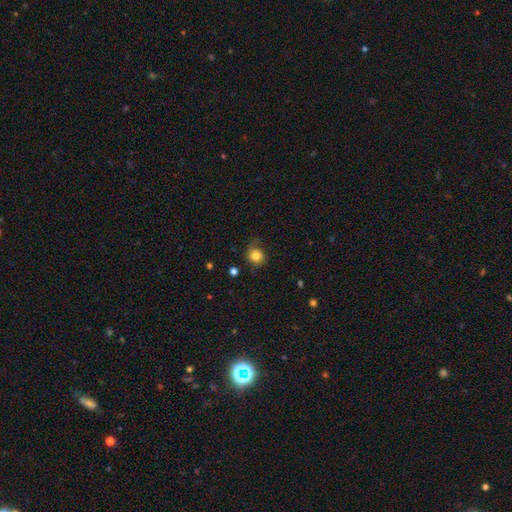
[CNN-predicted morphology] Overall: smooth (82%). How rounded: round (84%). Merging: none (70%).